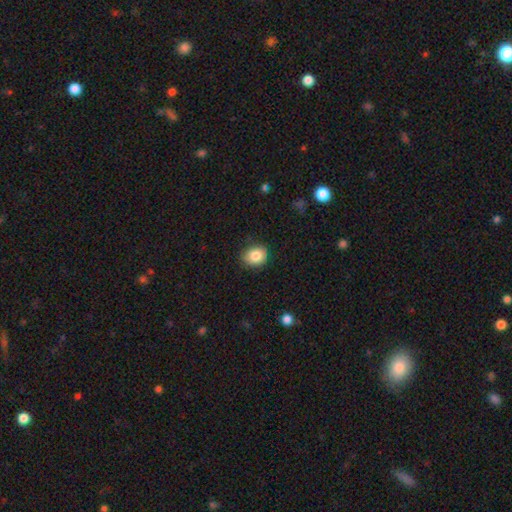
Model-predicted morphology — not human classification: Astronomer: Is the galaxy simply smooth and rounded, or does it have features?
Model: smooth — 84%.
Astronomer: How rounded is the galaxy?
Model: round — 54% (runner-up: in between, 45%).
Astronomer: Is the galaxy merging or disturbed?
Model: none — 83%.